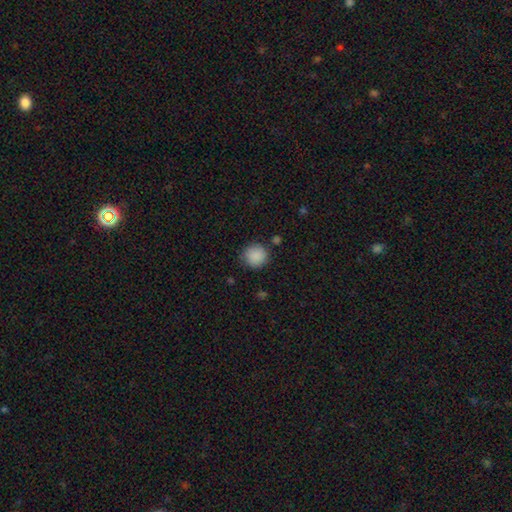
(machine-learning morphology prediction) A smooth galaxy with no disk features (88%) that is round (92%). Merging: none (82%).